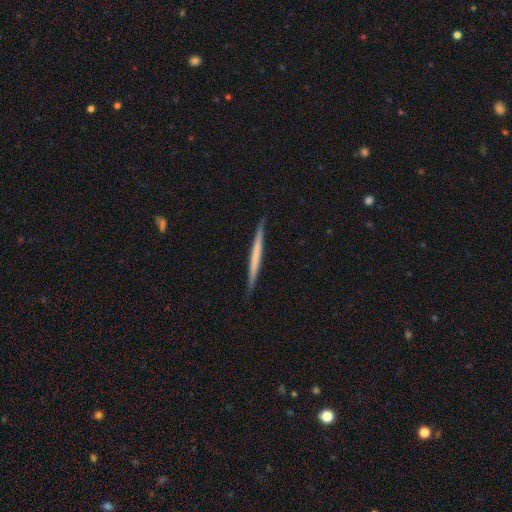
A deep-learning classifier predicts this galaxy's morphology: featured or disk 49%, smooth 46%, star or artifact 5%. Down the decision tree: merging — none (91%).